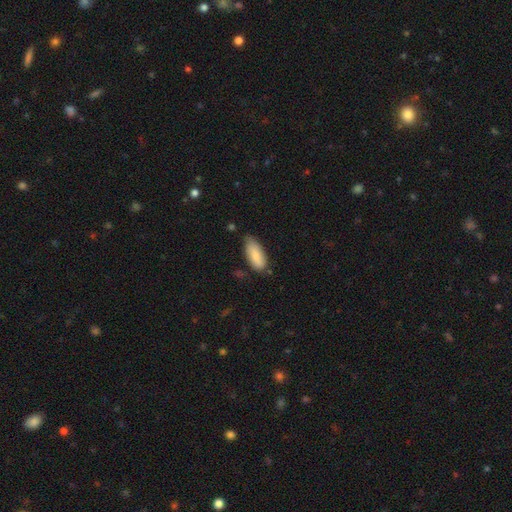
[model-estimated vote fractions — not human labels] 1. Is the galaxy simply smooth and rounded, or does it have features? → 84% smooth, 9% featured or disk, 6% star or artifact.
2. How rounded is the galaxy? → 81% in between, 17% cigar-shaped, 2% round.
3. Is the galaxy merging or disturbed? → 63% none, 29% minor disturbance, 5% major disturbance, 3% merger.